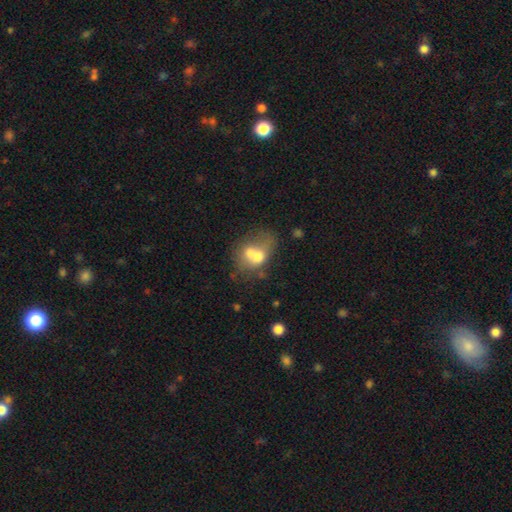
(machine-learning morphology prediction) smooth 58%, featured or disk 32%, star or artifact 10%. Down the decision tree: how rounded — in between (53%); merging — merger (65%).